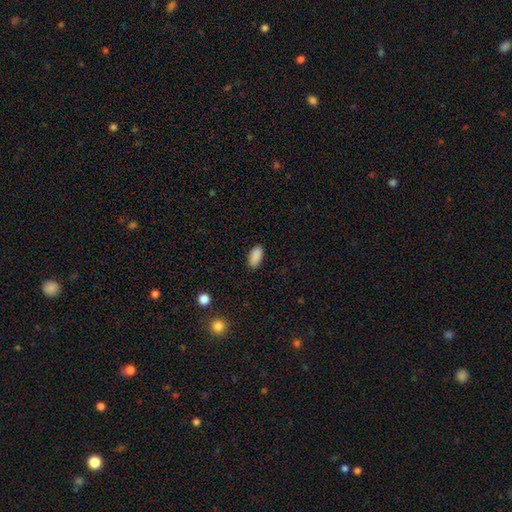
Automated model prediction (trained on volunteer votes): smooth_or_featured: smooth (p=0.89) [alt: star or artifact p=0.08]
how_rounded: in between (p=0.91) [alt: cigar-shaped p=0.06]
merging: none (p=0.86) [alt: minor disturbance p=0.10]